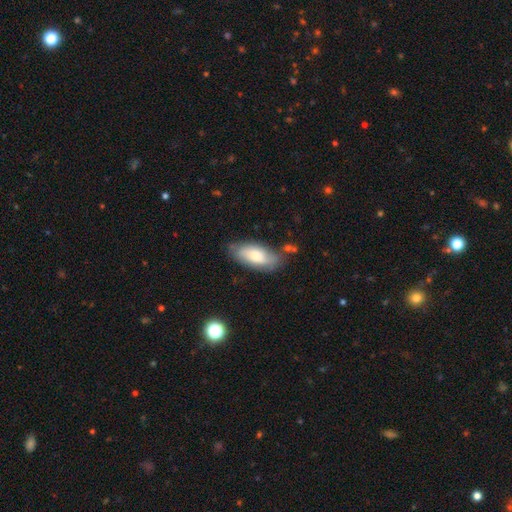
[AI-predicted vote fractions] The model was most divided on "smooth or featured": smooth: 67%, featured or disk: 26%, star or artifact: 7%. More confident: how rounded — in between (85%); merging — none (67%).